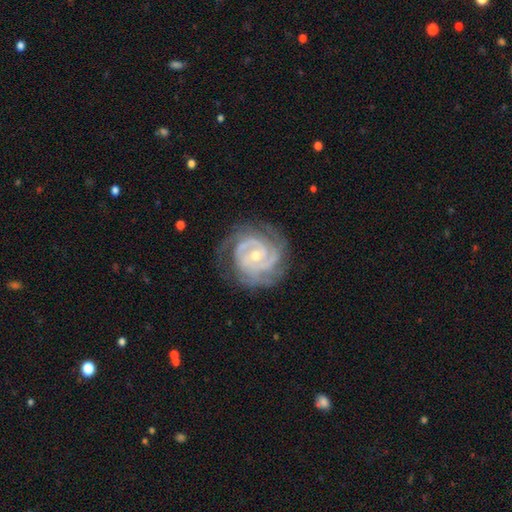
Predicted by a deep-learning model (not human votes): This appears to be a featured or disk galaxy (90%) with no bar (60%), 2 (37%) tight (72%) spiral arms (97%) and a small central bulge (55%). Merging: none (75%).